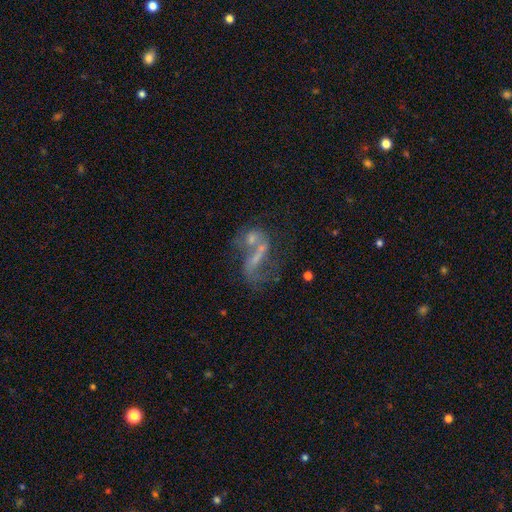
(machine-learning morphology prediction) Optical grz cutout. It shows a featured or disk galaxy (66%) with no bar (41%), spiral arms (60%) and no central bulge (41%). Merging: merger (38%).